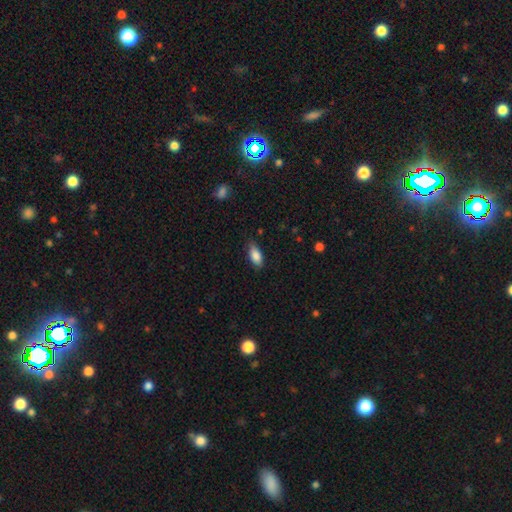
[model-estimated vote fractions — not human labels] Smooth or featured? Predicted: smooth (p=0.85). How rounded? Predicted: in between (p=0.87). Merging? Predicted: none (p=0.75).